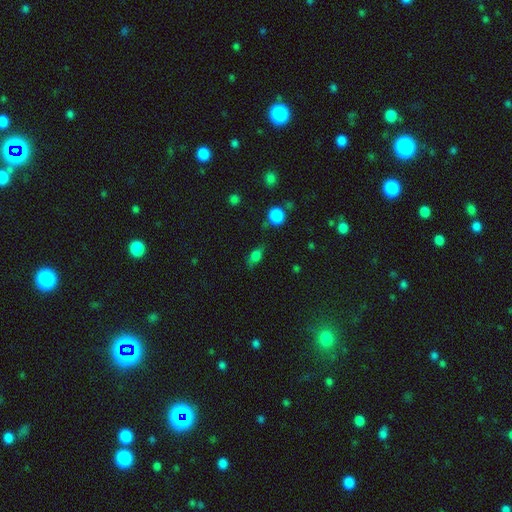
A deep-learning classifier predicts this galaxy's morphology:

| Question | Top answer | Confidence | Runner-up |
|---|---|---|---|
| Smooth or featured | smooth | 71% | featured or disk (15%) |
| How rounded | in between | 74% | round (15%) |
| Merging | none | 66% | minor disturbance (22%) |